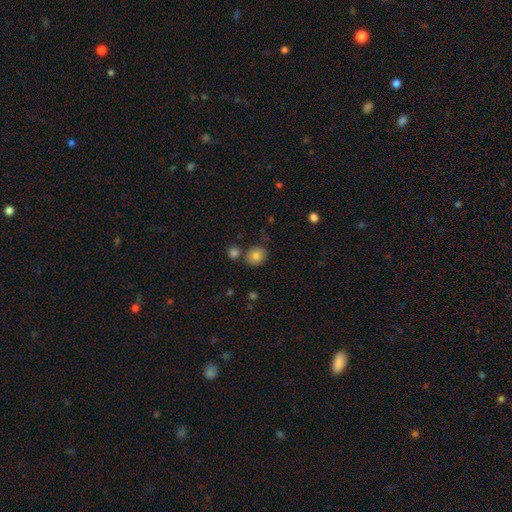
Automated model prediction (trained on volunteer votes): Morphology: type=smooth (82%); roundness=round (77%); merging=none (75%).